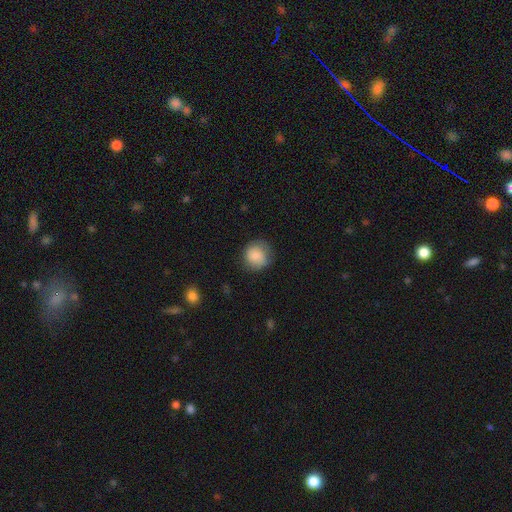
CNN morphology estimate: Smooth or featured? smooth (84%)
How rounded? round (88%)
Merging? none (76%)